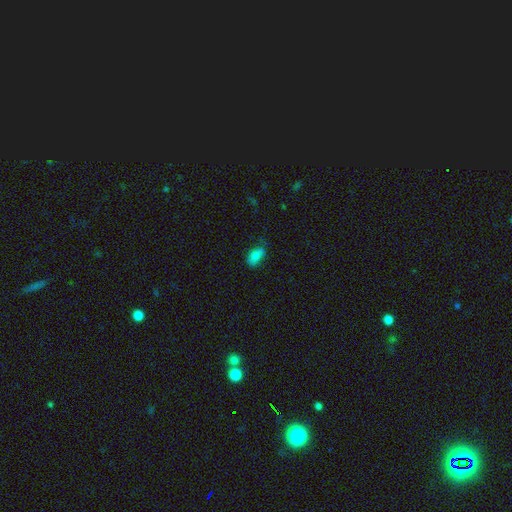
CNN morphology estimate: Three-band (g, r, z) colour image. It shows a smooth galaxy with no disk features (80%) that is in between round and cigar-shaped (90%). Merging: none (58%).